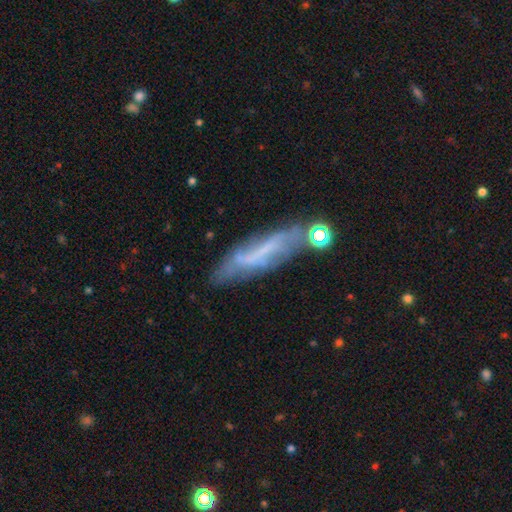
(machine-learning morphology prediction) type=featured or disk (56%); edge-on=no (53%); merging=none (56%).